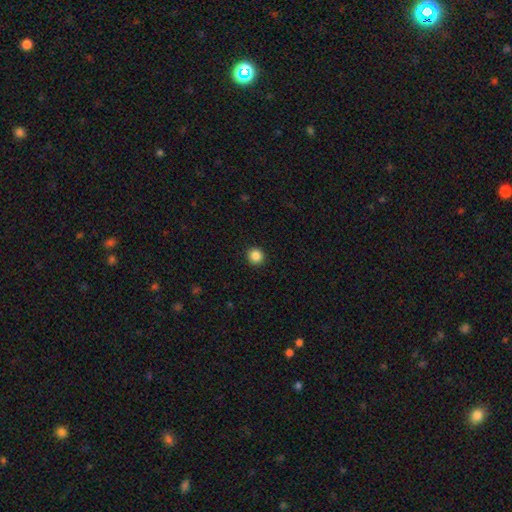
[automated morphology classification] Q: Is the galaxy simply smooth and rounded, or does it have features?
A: smooth — 87%.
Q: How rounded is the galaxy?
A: round — 94%.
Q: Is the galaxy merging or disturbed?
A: none — 93%.